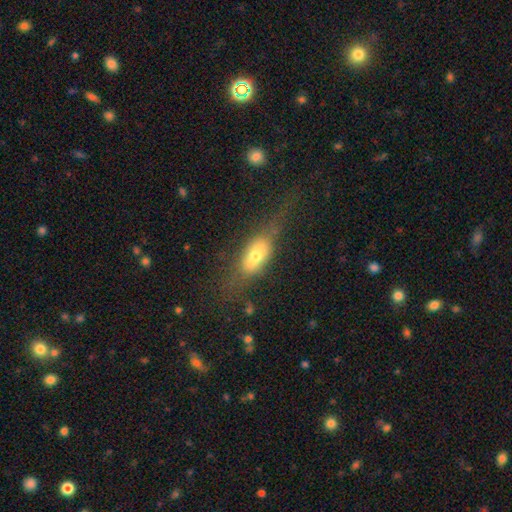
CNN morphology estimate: A smooth galaxy with no disk features (56%) that is in between round and cigar-shaped (71%).

Vote fractions:
- Smooth or featured? smooth: 56% / featured or disk: 34% / star or artifact: 10%
- How rounded? in between: 71% / cigar-shaped: 24% / round: 5%
- Merging? none: 44% / major disturbance: 31% / minor disturbance: 22% / merger: 4%